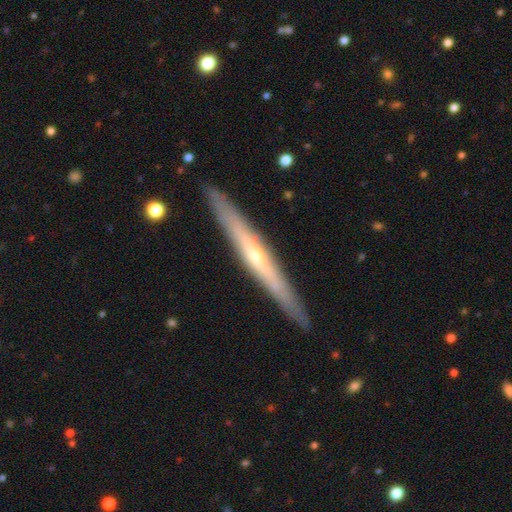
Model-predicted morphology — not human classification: A featured or disk galaxy (71%) viewed edge-on (95%) with a rounded central bulge (62%). Merging: none (91%).